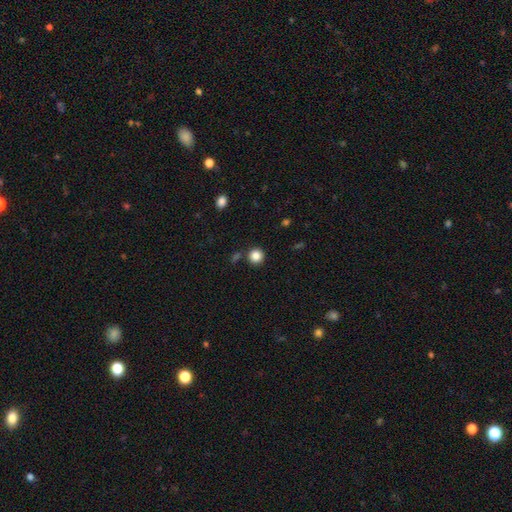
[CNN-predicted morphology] The model was most divided on "smooth or featured": smooth: 85%, star or artifact: 11%, featured or disk: 4%. More confident: how rounded — round (94%); merging — none (85%).